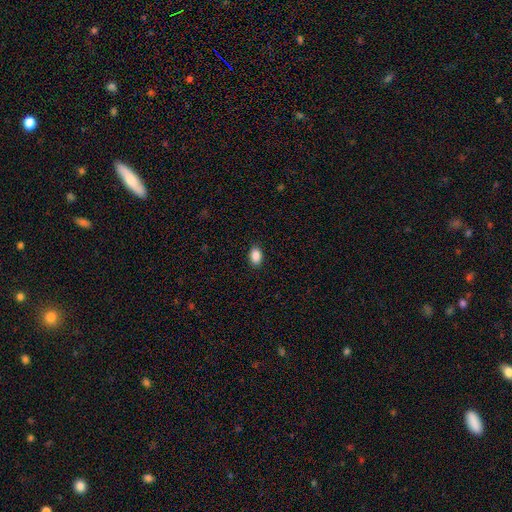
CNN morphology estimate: Smooth or featured: smooth — 89% (star or artifact — 8%)
How rounded: in between — 90% (round — 8%)
Merging: none — 90% (minor disturbance — 8%)